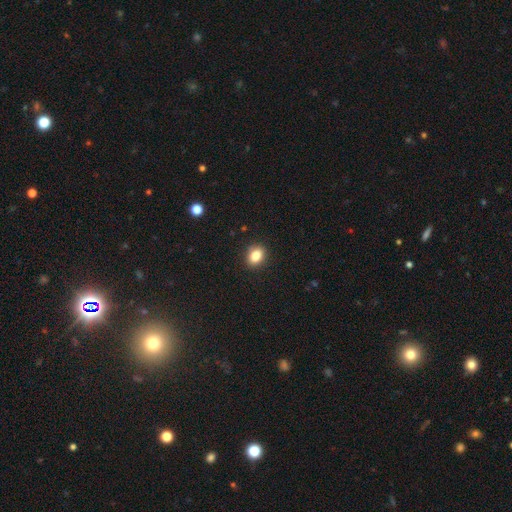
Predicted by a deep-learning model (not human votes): Smooth or featured?
  - smooth: 85% *
  - star or artifact: 10%
  - featured or disk: 6%
How rounded?
  - in between: 59% *
  - round: 40%
  - cigar-shaped: 1%
Merging?
  - none: 89% *
  - minor disturbance: 8%
  - major disturbance: 2%
  - merger: 1%